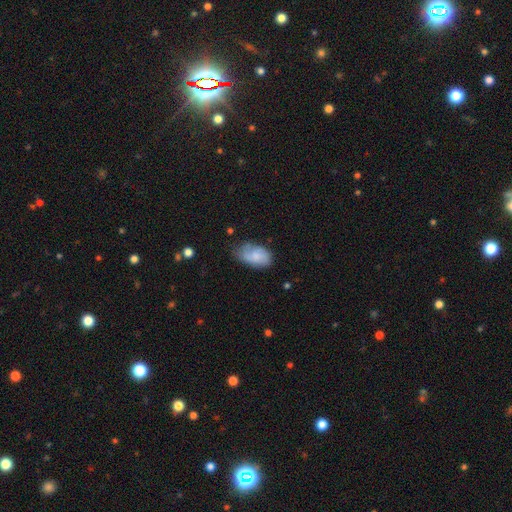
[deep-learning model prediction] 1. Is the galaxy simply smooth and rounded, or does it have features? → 68% smooth, 25% featured or disk, 7% star or artifact.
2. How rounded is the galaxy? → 92% in between, 6% round, 2% cigar-shaped.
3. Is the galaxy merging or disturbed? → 49% none, 35% minor disturbance, 13% major disturbance, 3% merger.